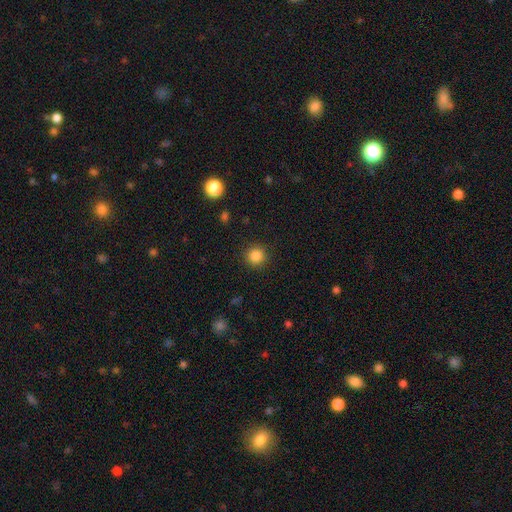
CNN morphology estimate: A smooth galaxy with no disk features (85%) that is round (94%). Merging: none (91%).